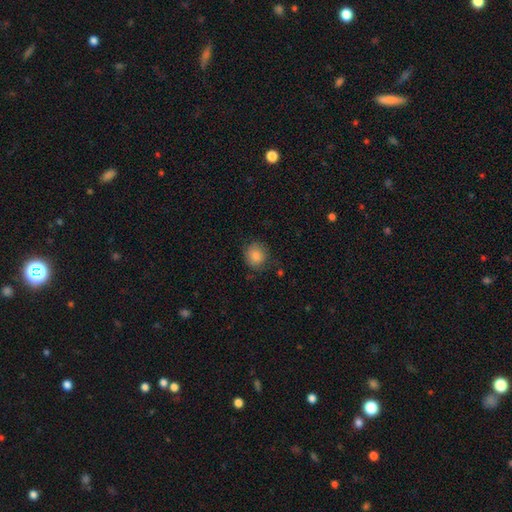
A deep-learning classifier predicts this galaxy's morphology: Overall: smooth (84%). How rounded: round (84%). Merging: none (74%).